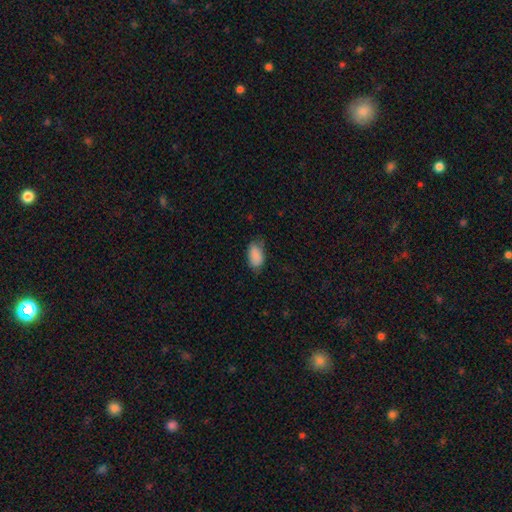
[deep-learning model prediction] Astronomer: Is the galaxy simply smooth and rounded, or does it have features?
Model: smooth — 88%.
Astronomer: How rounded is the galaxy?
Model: in between — 94%.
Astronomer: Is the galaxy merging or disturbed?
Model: none — 69%.